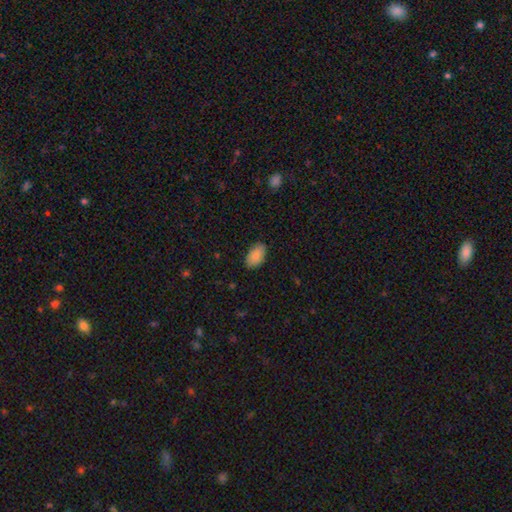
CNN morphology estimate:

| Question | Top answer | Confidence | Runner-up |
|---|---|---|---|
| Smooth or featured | smooth | 86% | featured or disk (7%) |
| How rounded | in between | 94% | round (4%) |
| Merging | none | 85% | minor disturbance (12%) |